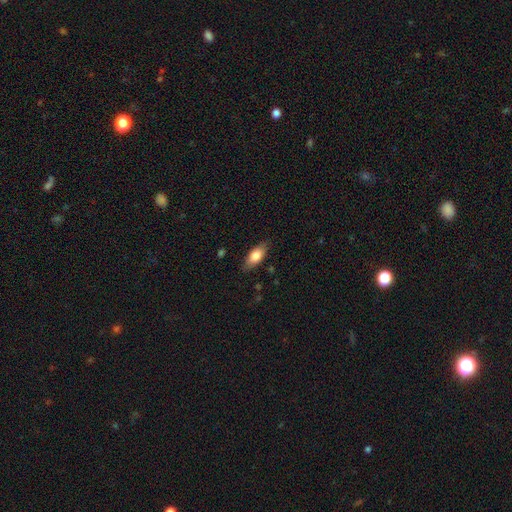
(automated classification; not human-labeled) Smooth or featured? Predicted: smooth (p=0.77). How rounded? Predicted: in between (p=0.82). Merging? Predicted: none (p=0.83).